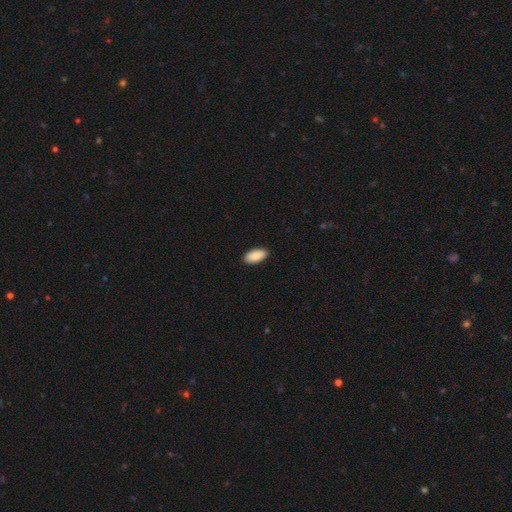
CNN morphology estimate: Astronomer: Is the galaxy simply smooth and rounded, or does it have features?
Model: smooth — 90%.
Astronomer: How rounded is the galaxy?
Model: in between — 93%.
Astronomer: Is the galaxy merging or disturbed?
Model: none — 90%.